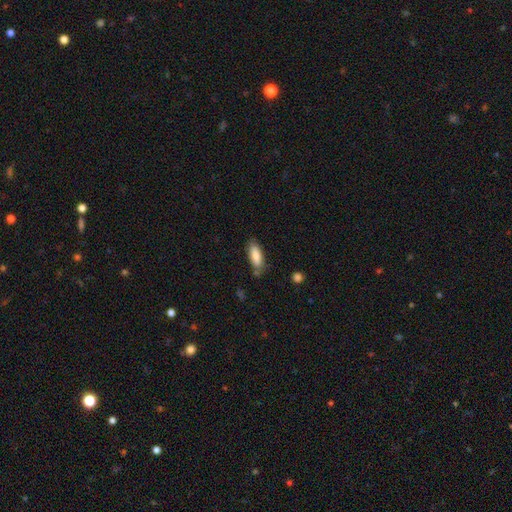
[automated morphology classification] smooth 81%, featured or disk 13%, star or artifact 6%. Down the decision tree: how rounded — in between (69%); merging — none (74%).